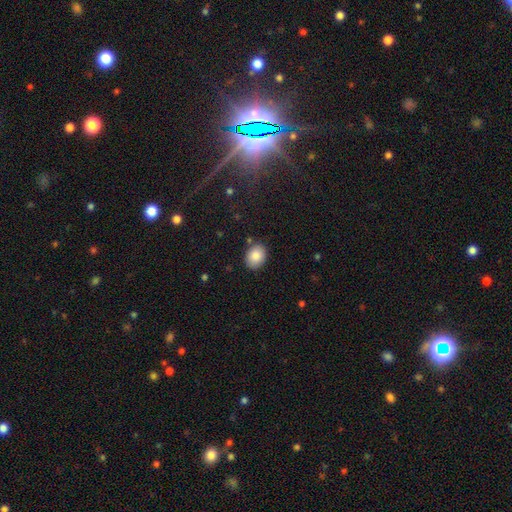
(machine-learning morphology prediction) Smooth or featured: smooth — 86% (star or artifact — 8%)
How rounded: in between — 61% (round — 38%)
Merging: none — 85% (minor disturbance — 11%)